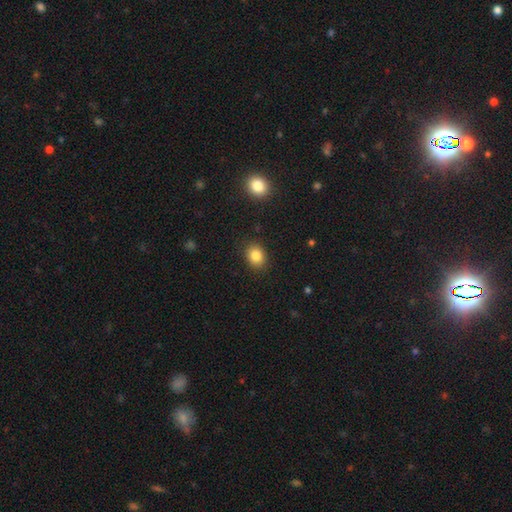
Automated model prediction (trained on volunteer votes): smooth_or_featured: smooth (p=0.84) [alt: star or artifact p=0.10]
how_rounded: in between (p=0.50) [alt: round p=0.49]
merging: none (p=0.87) [alt: minor disturbance p=0.09]